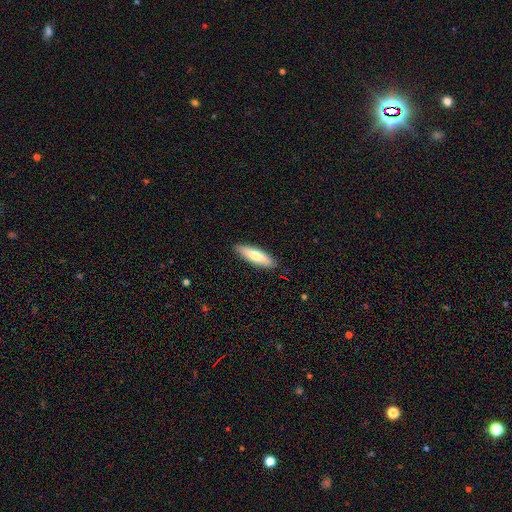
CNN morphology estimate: A smooth galaxy with no disk features (73%) that is cigar-shaped (60%). Merging: none (89%).